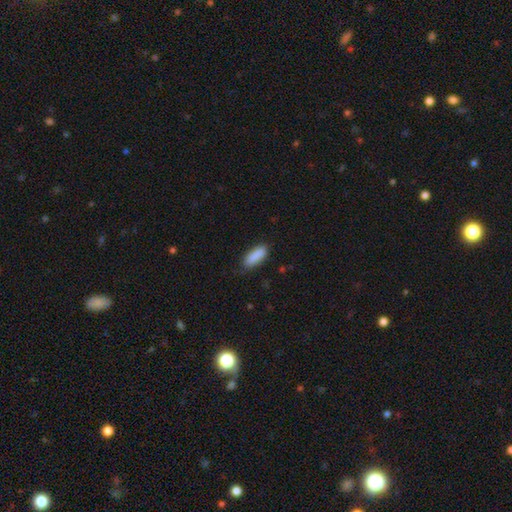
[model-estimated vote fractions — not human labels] A smooth galaxy with no disk features (89%) that is in between round and cigar-shaped (60%). Merging: none (79%).